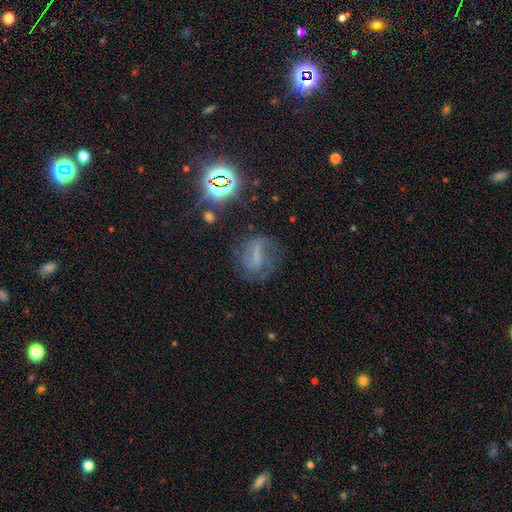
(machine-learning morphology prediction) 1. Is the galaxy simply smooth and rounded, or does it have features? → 49% featured or disk, 26% smooth, 26% star or artifact.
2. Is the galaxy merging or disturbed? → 55% none, 21% minor disturbance, 21% major disturbance, 3% merger.